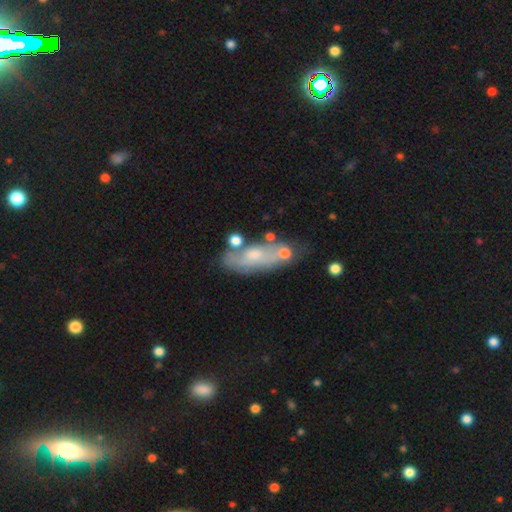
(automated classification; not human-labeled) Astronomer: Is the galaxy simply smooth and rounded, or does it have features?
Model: featured or disk — 49% (runner-up: smooth, 41%).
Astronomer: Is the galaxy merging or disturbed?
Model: none — 53%.